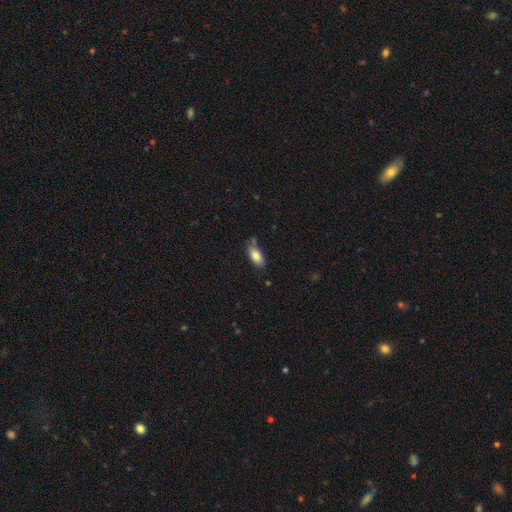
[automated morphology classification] Smooth or featured? smooth (83%)
How rounded? in between (88%)
Merging? none (70%)